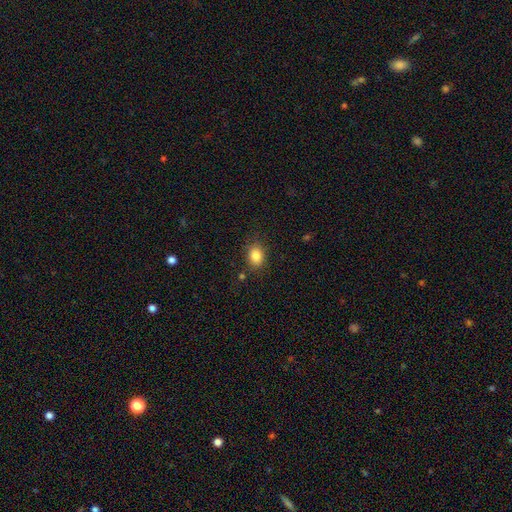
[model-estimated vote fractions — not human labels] Smooth or featured? smooth (84%)
How rounded? in between (58%)
Merging? none (82%)